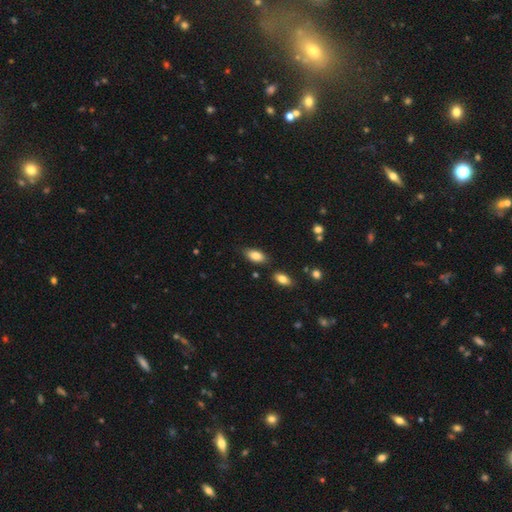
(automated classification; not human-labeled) A smooth galaxy with no disk features (84%) that is in between round and cigar-shaped (91%). Merging: none (78%).